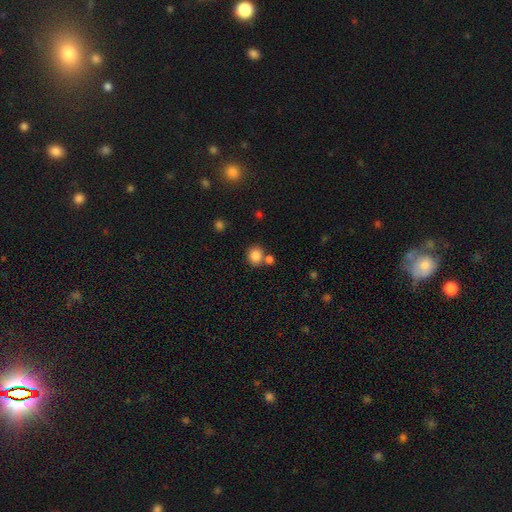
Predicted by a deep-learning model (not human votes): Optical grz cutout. It shows a smooth galaxy with no disk features (83%) that is round (84%). Merging: none (69%).